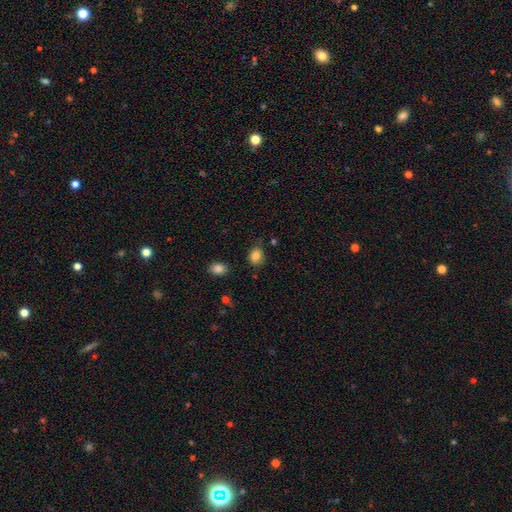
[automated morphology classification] Q: Smooth or featured?
A: smooth (84%); runner-up: star or artifact (10%)
Q: How rounded?
A: in between (51%); runner-up: round (48%)
Q: Merging?
A: none (73%); runner-up: minor disturbance (20%)